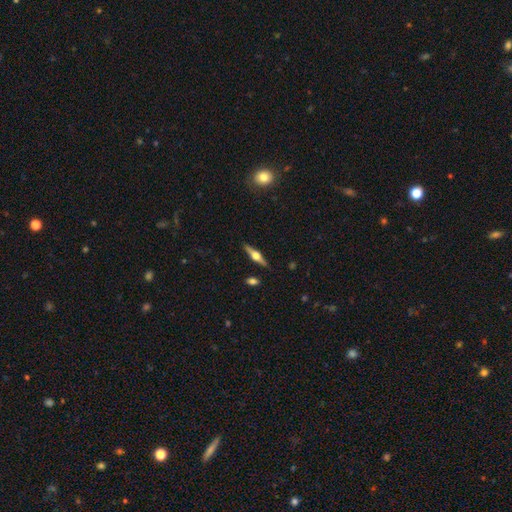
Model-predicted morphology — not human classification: Smooth or featured: featured or disk — 73% (smooth — 21%)
Edge-on disk: yes — 97% (no — 3%)
Edge-on bulge: rounded — 94% (boxy — 5%)
Merging: none — 90% (minor disturbance — 7%)